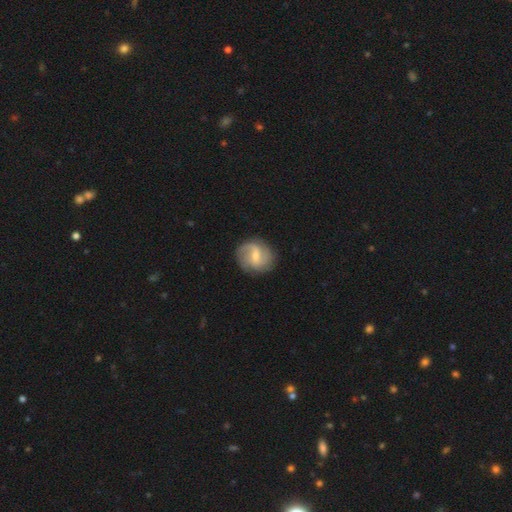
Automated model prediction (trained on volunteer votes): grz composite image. It shows a featured or disk galaxy (71%) with a weak bar (59%), 2 (70%) loose (43%) spiral arms (89%) and a small central bulge (53%). Merging: none (82%).